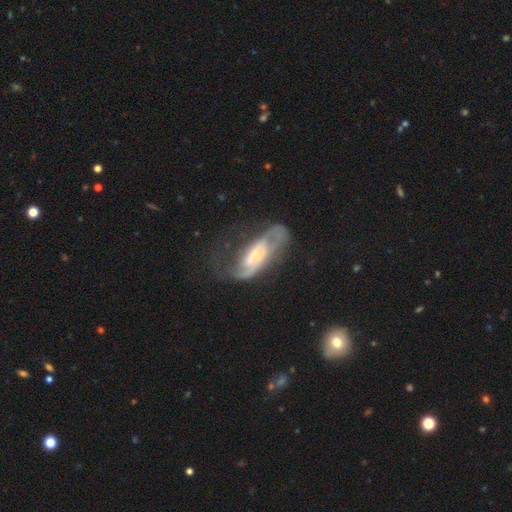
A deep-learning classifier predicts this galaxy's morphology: A featured or disk galaxy (74%) with no bar (46%), 2 (69%) medium (41%) spiral arms (87%) and a moderate central bulge (37%).

Vote fractions:
- Smooth or featured? featured or disk: 74% / smooth: 20% / star or artifact: 7%
- Edge-on disk? no: 87% / yes: 13%
- Bar? no: 46% / weak: 37% / strong: 17%
- Spiral arms? yes: 87% / no: 13%
- Spiral winding? medium: 41% / loose: 40% / tight: 20%
- Spiral arm count? 2: 69% / can't tell: 14% / 1: 12% / 3: 3% / 4: 1% / more than 4: 1%
- Bulge size? moderate: 37% / small: 28% / large: 19% / none: 12% / dominant: 3%
- Merging? none: 40% / major disturbance: 34% / minor disturbance: 23% / merger: 3%